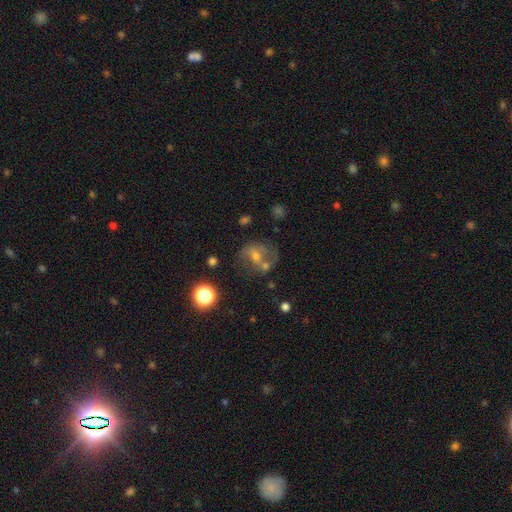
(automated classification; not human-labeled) Smooth or featured? Predicted: featured or disk (p=0.45). Merging? Predicted: none (p=0.41).